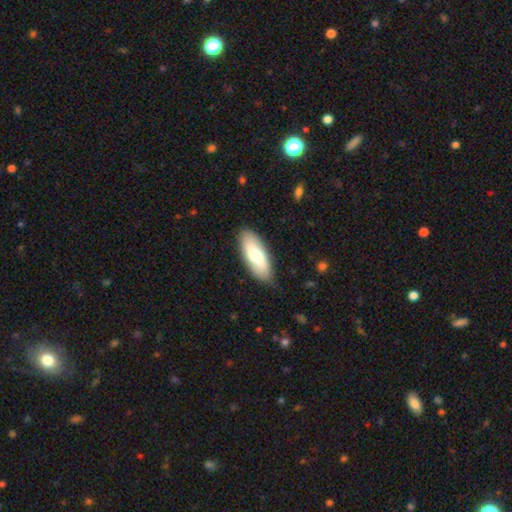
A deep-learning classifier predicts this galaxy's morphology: This appears to be a smooth galaxy with no disk features (65%) that is in between round and cigar-shaped (77%). Merging: none (84%).